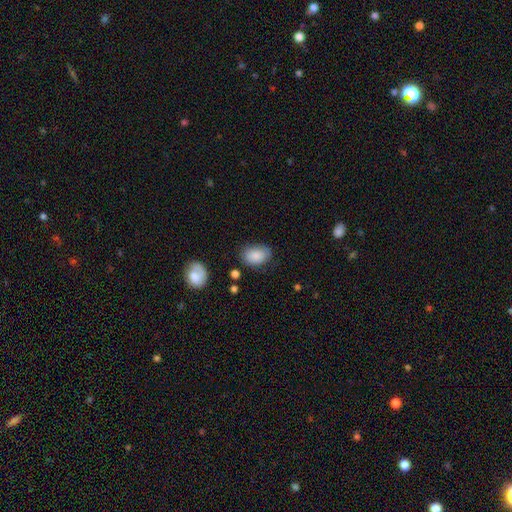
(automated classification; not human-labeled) Morphology: type=smooth (85%); roundness=in between (85%); merging=none (71%).